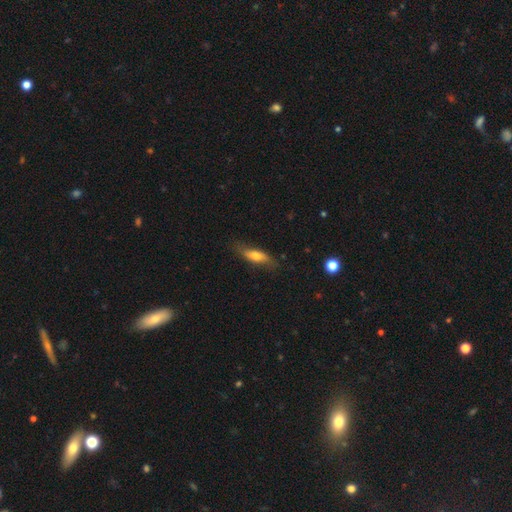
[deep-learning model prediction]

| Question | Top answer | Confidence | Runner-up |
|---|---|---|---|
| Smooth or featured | smooth | 61% | featured or disk (33%) |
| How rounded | in between | 50% | cigar-shaped (47%) |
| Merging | none | 72% | minor disturbance (21%) |